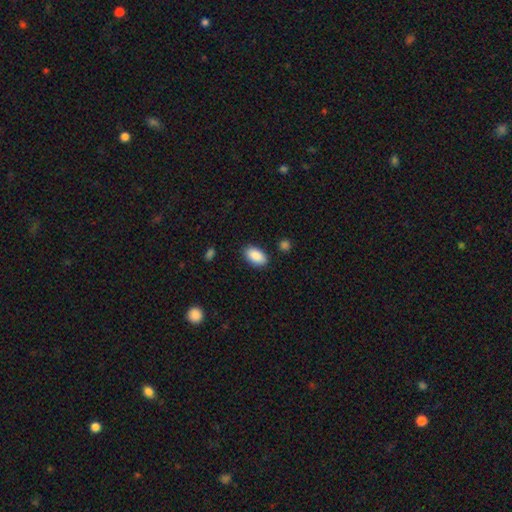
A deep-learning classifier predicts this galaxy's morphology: Smooth or featured?
  - smooth: 90% *
  - star or artifact: 6%
  - featured or disk: 4%
How rounded?
  - in between: 94% *
  - round: 4%
  - cigar-shaped: 2%
Merging?
  - none: 86% *
  - minor disturbance: 10%
  - major disturbance: 2%
  - merger: 2%